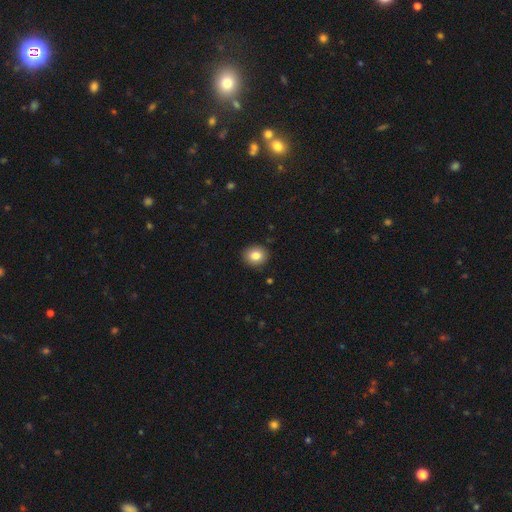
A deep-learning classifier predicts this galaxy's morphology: Q: Smooth or featured?
A: smooth (83%); runner-up: star or artifact (10%)
Q: How rounded?
A: round (78%); runner-up: in between (21%)
Q: Merging?
A: none (90%); runner-up: minor disturbance (7%)